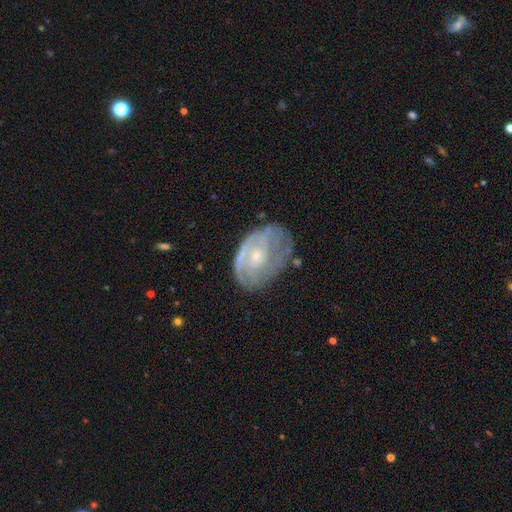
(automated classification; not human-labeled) featured or disk 70%, smooth 23%, star or artifact 7%. Down the decision tree: edge-on disk — no (96%); bar — no (71%); spiral arms — yes (70%); bulge size — small (61%); merging — none (60%).